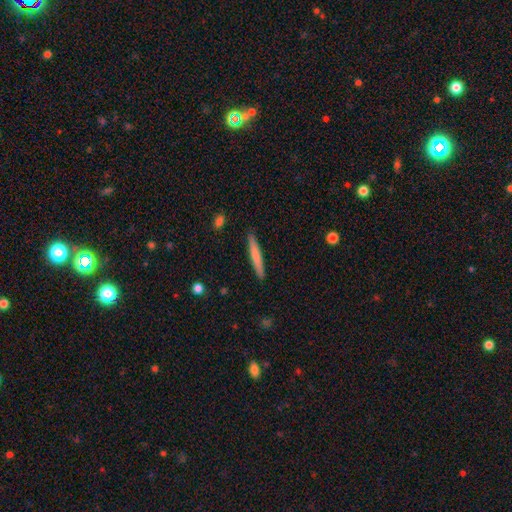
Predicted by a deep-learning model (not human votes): A smooth galaxy with no disk features (67%) that is cigar-shaped (96%). Merging: none (91%).